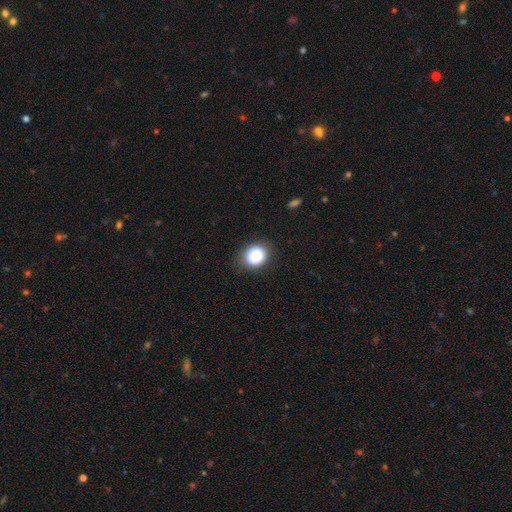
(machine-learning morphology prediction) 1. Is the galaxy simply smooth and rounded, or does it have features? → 86% smooth, 9% star or artifact, 5% featured or disk.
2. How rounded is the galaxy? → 66% round, 33% in between, 1% cigar-shaped.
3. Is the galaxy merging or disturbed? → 81% none, 14% minor disturbance, 4% major disturbance, 1% merger.